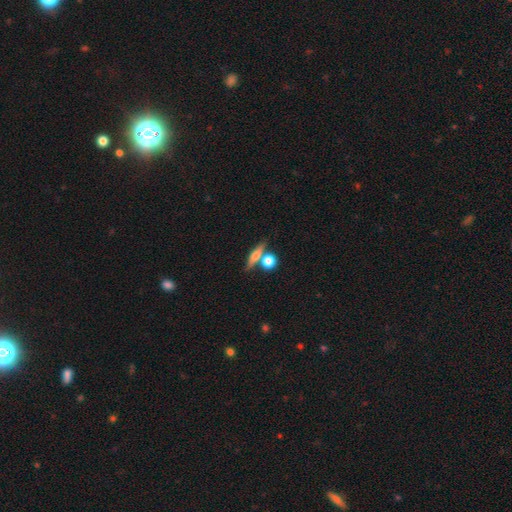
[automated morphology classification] A smooth galaxy with no disk features (57%) that is cigar-shaped (49%). Merging: none (63%).